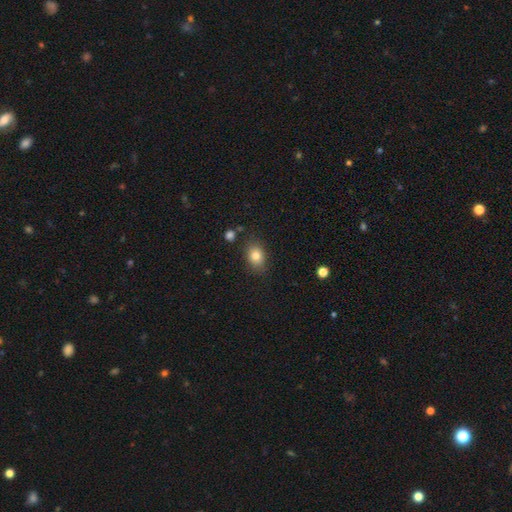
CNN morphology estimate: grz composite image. It shows a smooth galaxy with no disk features (80%) that is in between round and cigar-shaped (69%). Merging: none (81%).